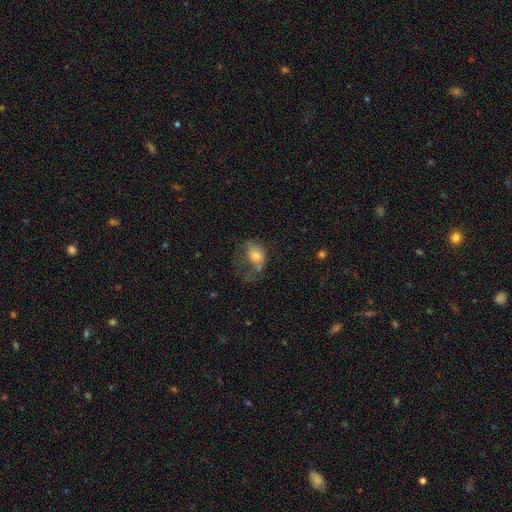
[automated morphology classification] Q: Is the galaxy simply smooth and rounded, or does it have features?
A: smooth — 63%.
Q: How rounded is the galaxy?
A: in between — 62%.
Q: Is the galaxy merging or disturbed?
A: major disturbance — 48%.